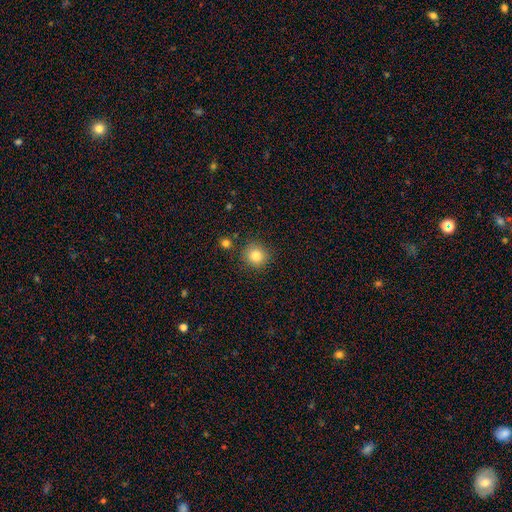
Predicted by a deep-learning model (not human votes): A smooth galaxy with no disk features (83%) that is round (92%).

Vote fractions:
- Smooth or featured? smooth: 83% / star or artifact: 11% / featured or disk: 6%
- How rounded? round: 92% / in between: 7% / cigar-shaped: 1%
- Merging? none: 87% / minor disturbance: 8% / merger: 3% / major disturbance: 2%